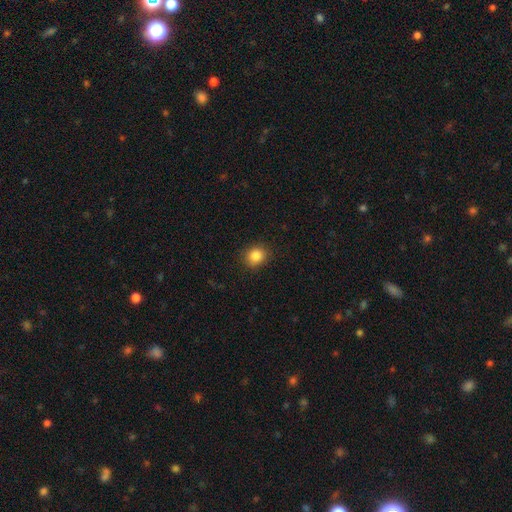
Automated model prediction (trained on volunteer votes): A smooth galaxy with no disk features (85%) that is round (78%).

Vote fractions:
- Smooth or featured? smooth: 85% / star or artifact: 11% / featured or disk: 4%
- How rounded? round: 78% / in between: 21% / cigar-shaped: 1%
- Merging? none: 88% / minor disturbance: 9% / major disturbance: 2% / merger: 1%